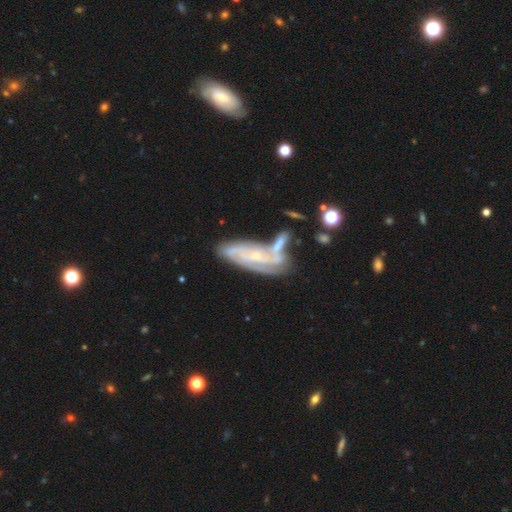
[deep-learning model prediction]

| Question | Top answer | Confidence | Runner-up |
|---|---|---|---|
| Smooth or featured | featured or disk | 80% | smooth (13%) |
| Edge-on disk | no | 87% | yes (13%) |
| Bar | no | 61% | weak (29%) |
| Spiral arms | yes | 90% | no (10%) |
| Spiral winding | tight | 48% | medium (37%) |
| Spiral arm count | can't tell | 36% | 2 (21%) |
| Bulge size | small | 73% | moderate (20%) |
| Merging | none | 38% | merger (32%) |